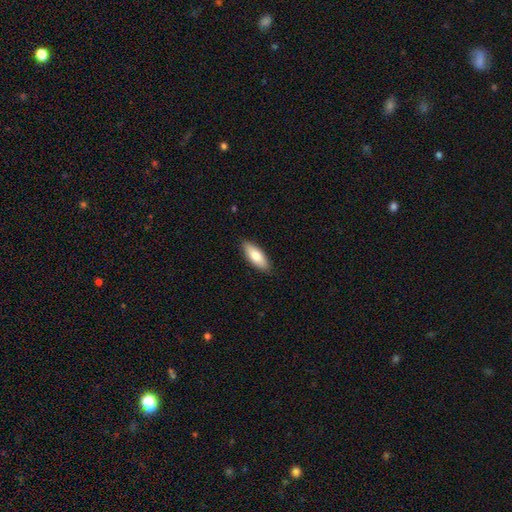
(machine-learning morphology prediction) Smooth or featured: smooth — 77% (featured or disk — 17%)
How rounded: in between — 71% (cigar-shaped — 27%)
Merging: none — 88% (minor disturbance — 9%)